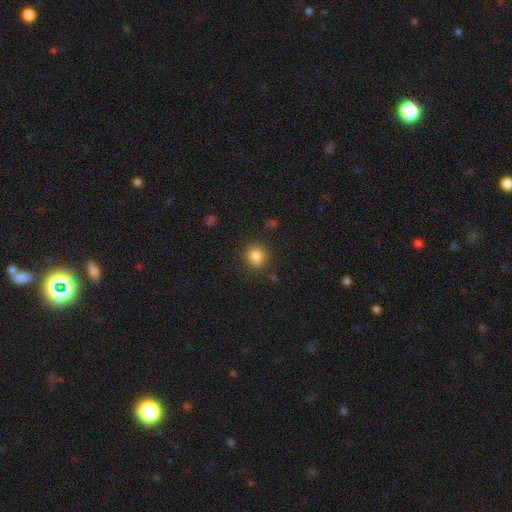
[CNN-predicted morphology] type=smooth (83%); roundness=round (81%); merging=none (79%).